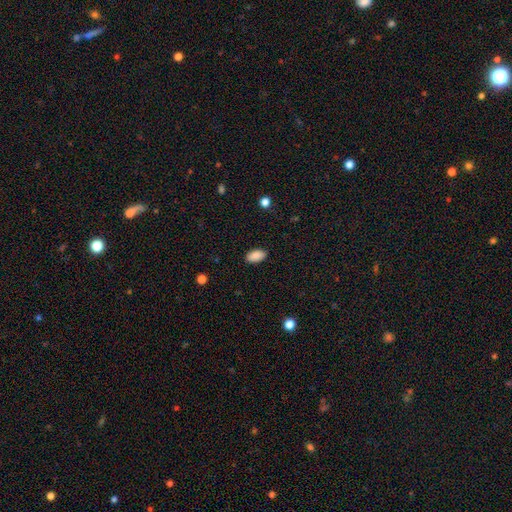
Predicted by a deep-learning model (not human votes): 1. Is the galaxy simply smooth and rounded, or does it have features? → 88% smooth, 7% star or artifact, 5% featured or disk.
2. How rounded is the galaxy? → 94% in between, 4% round, 2% cigar-shaped.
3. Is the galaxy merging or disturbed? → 88% none, 8% minor disturbance, 2% major disturbance, 1% merger.